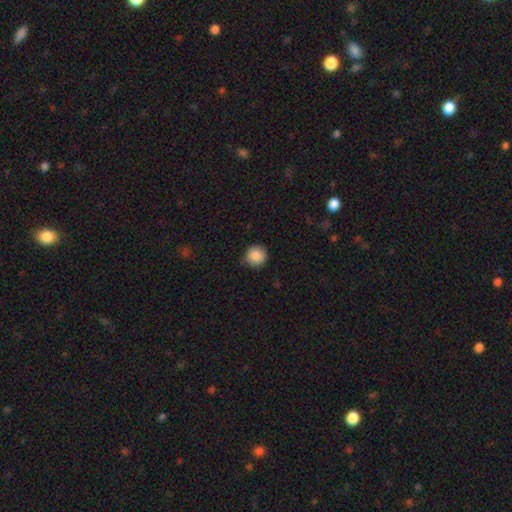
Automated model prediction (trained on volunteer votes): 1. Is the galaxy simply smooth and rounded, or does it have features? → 88% smooth, 9% star or artifact, 4% featured or disk.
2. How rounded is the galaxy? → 94% round, 5% in between, 1% cigar-shaped.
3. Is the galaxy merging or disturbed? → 82% none, 14% minor disturbance, 2% major disturbance, 1% merger.